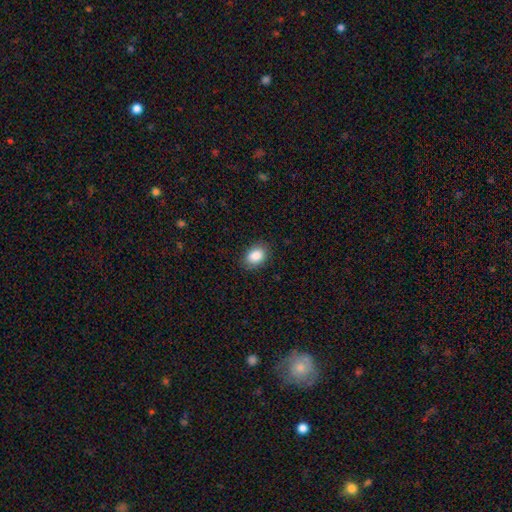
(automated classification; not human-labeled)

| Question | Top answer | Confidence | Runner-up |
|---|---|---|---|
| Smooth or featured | smooth | 88% | star or artifact (8%) |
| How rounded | in between | 77% | round (22%) |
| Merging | none | 86% | minor disturbance (11%) |